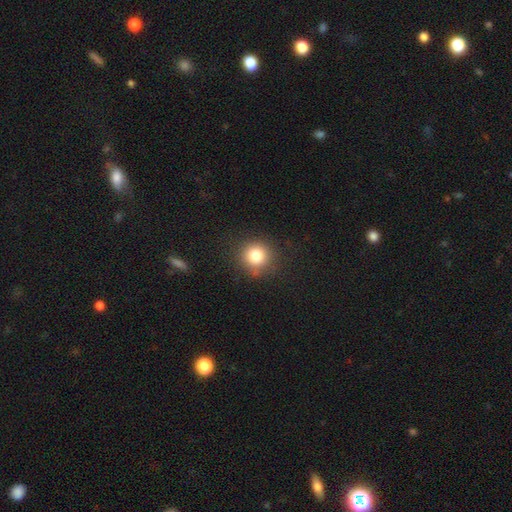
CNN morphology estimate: This is clearly a smooth galaxy (80%). How rounded: clearly round (92%). Merging: clearly none (85%).